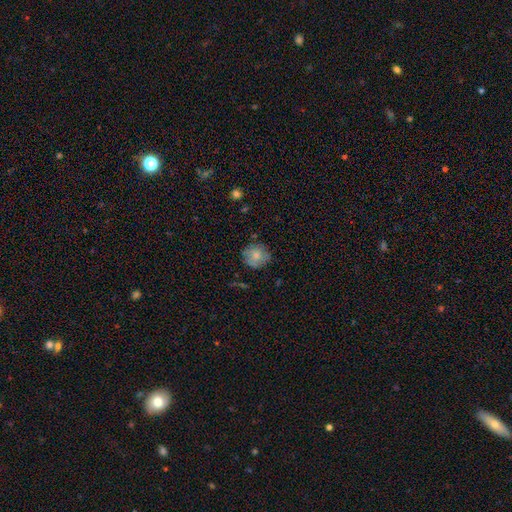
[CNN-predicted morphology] Smooth or featured? Predicted: smooth (p=0.74). How rounded? Predicted: round (p=0.87). Merging? Predicted: none (p=0.77).